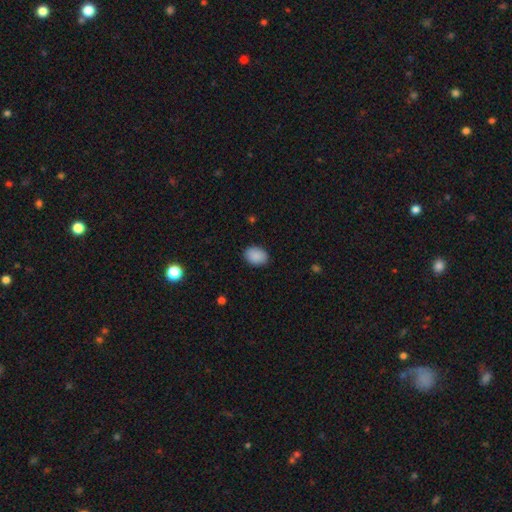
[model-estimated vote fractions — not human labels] Morphology: type=smooth (90%); roundness=in between (75%); merging=none (87%).